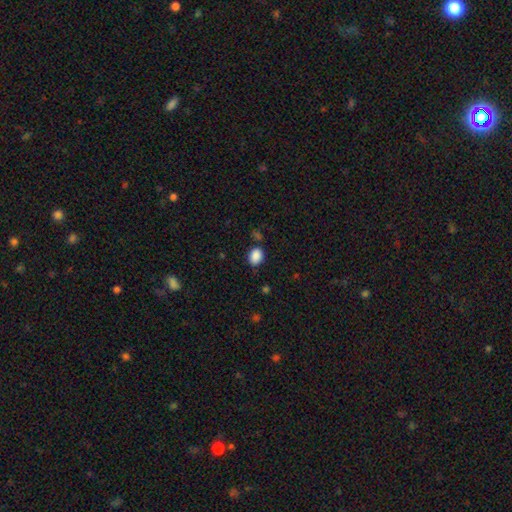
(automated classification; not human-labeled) smooth 88%, star or artifact 9%, featured or disk 3%. Down the decision tree: how rounded — in between (61%); merging — none (78%).